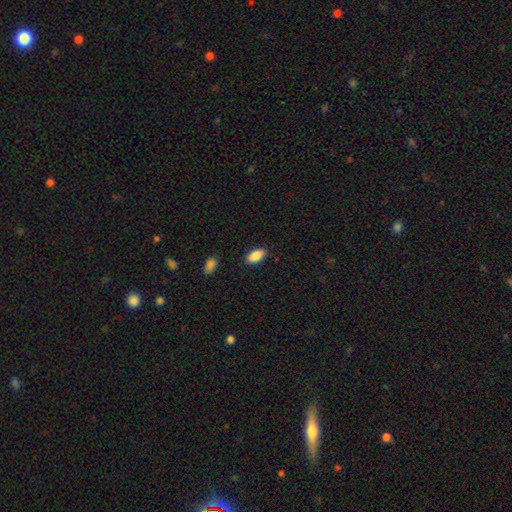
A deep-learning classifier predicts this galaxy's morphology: A smooth galaxy with no disk features (89%) that is in between round and cigar-shaped (93%). Merging: none (87%).